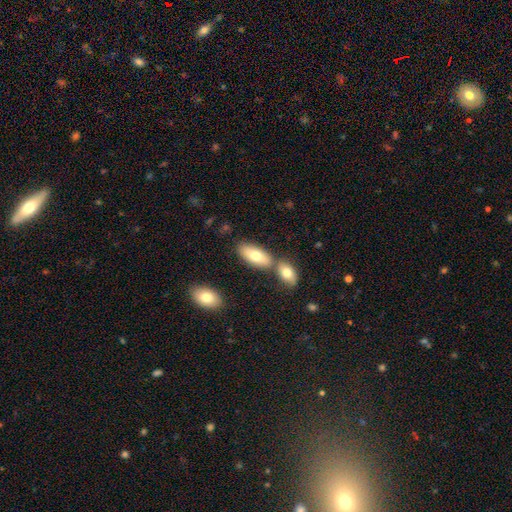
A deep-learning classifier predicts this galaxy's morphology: smooth_or_featured: smooth (p=0.74) [alt: featured or disk p=0.19]
how_rounded: in between (p=0.85) [alt: cigar-shaped p=0.12]
merging: none (p=0.59) [alt: merger p=0.27]